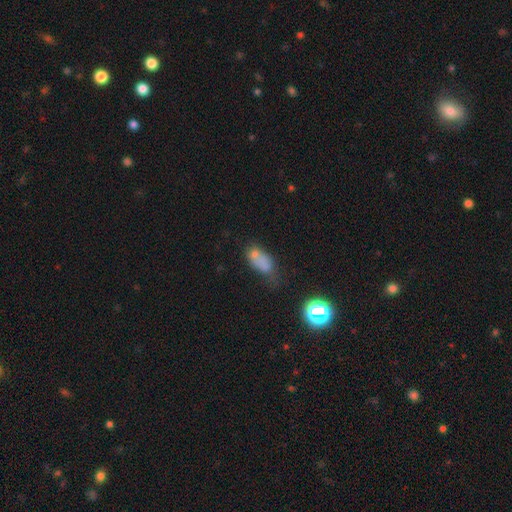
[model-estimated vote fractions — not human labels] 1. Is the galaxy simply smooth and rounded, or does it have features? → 55% smooth, 23% star or artifact, 22% featured or disk.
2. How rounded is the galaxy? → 73% in between, 17% round, 11% cigar-shaped.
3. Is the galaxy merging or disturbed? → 35% none, 26% merger, 21% minor disturbance, 17% major disturbance.